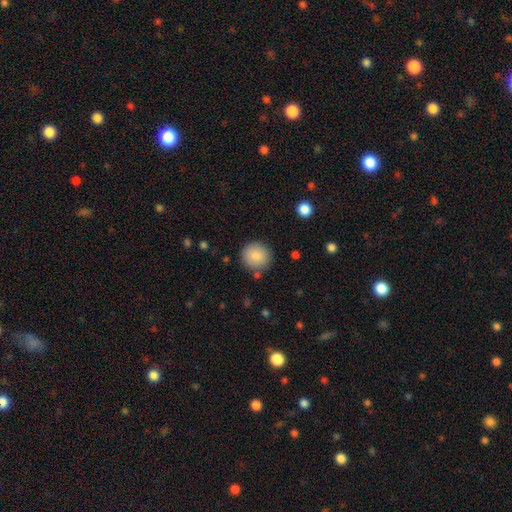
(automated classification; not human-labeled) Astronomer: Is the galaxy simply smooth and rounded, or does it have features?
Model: smooth — 84%.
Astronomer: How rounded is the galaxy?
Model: round — 93%.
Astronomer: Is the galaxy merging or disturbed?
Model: none — 86%.